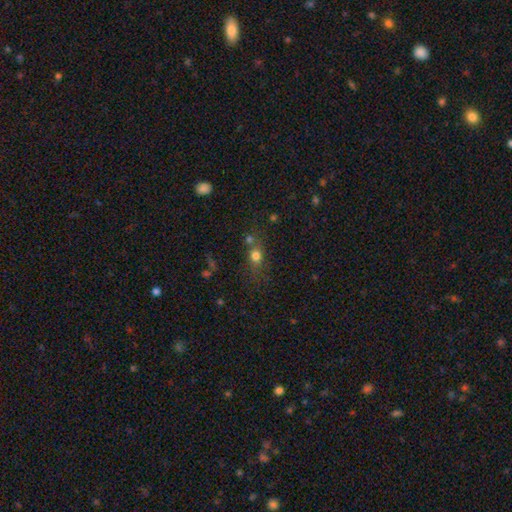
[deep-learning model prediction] Smooth or featured? Predicted: smooth (p=0.70). How rounded? Predicted: round (p=0.57). Merging? Predicted: none (p=0.55).